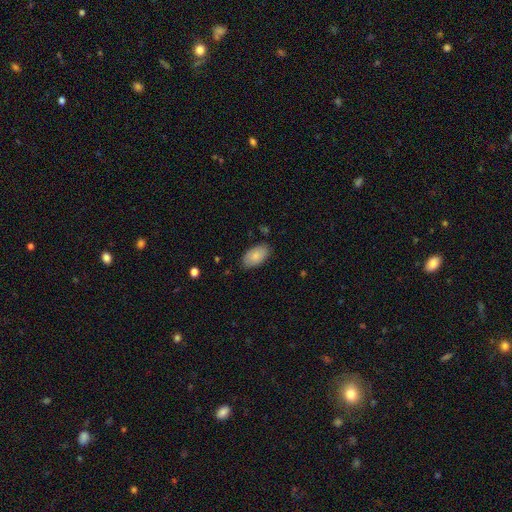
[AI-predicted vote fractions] smooth 84%, featured or disk 10%, star or artifact 6%. Down the decision tree: how rounded — in between (95%); merging — none (83%).